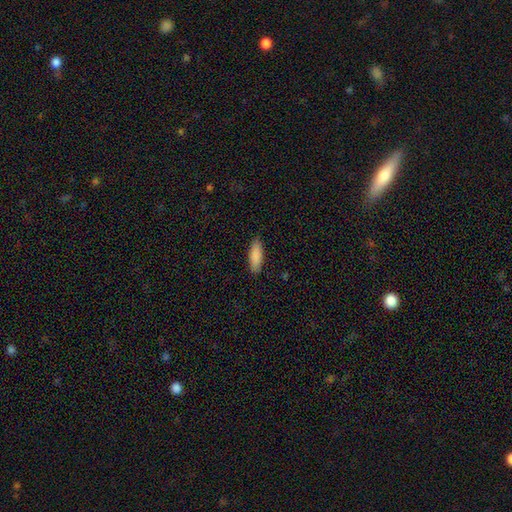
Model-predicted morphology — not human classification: Smooth or featured?
  - smooth: 88% *
  - star or artifact: 6%
  - featured or disk: 6%
How rounded?
  - in between: 53% *
  - cigar-shaped: 45%
  - round: 2%
Merging?
  - none: 88% *
  - minor disturbance: 9%
  - major disturbance: 2%
  - merger: 1%